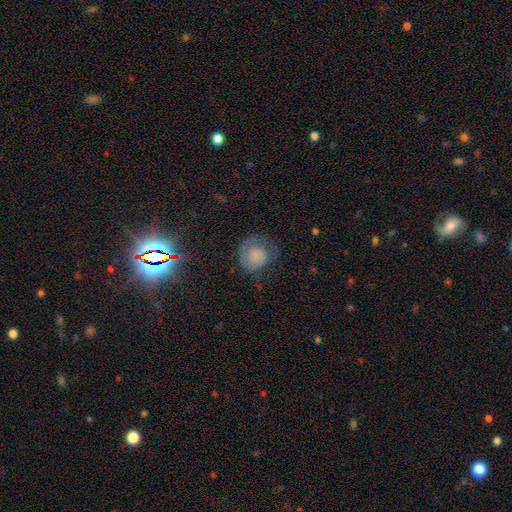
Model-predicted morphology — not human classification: A smooth galaxy with no disk features (56%) that is round (82%). Merging: none (51%).